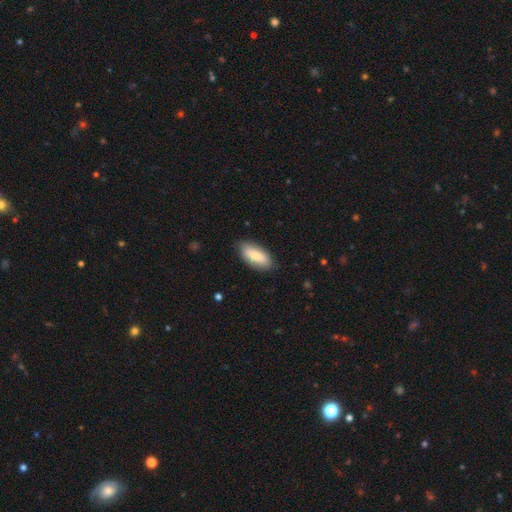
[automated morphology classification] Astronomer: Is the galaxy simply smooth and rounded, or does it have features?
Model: smooth — 79%.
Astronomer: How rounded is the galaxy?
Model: in between — 88%.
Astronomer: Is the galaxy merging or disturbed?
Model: none — 84%.